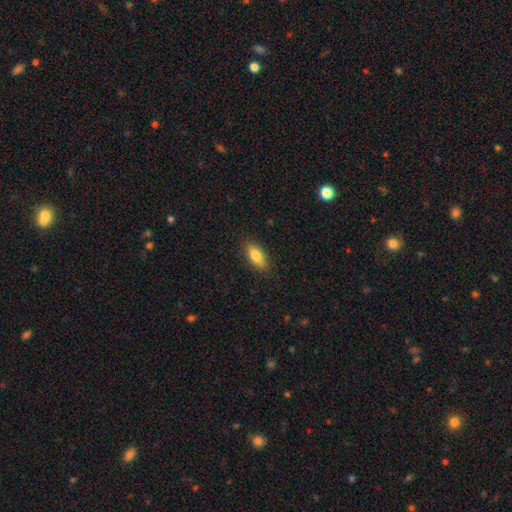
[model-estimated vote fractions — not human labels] A smooth galaxy with no disk features (79%) that is in between round and cigar-shaped (81%).

Vote fractions:
- Smooth or featured? smooth: 79% / featured or disk: 14% / star or artifact: 7%
- How rounded? in between: 81% / cigar-shaped: 15% / round: 4%
- Merging? none: 86% / minor disturbance: 10% / major disturbance: 2% / merger: 1%